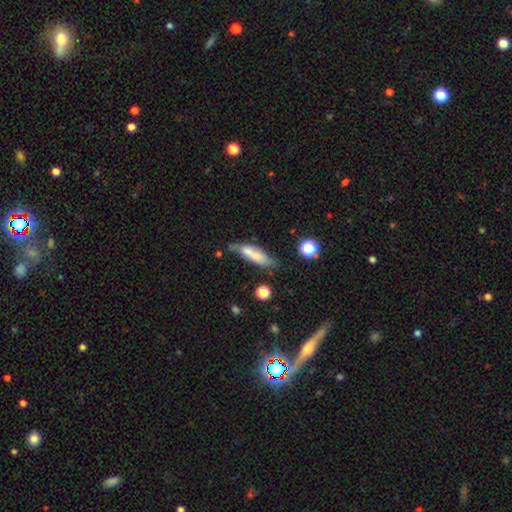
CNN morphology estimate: This is likely a smooth galaxy (60%). How rounded: likely cigar-shaped (65%). Merging: possibly none (52%).